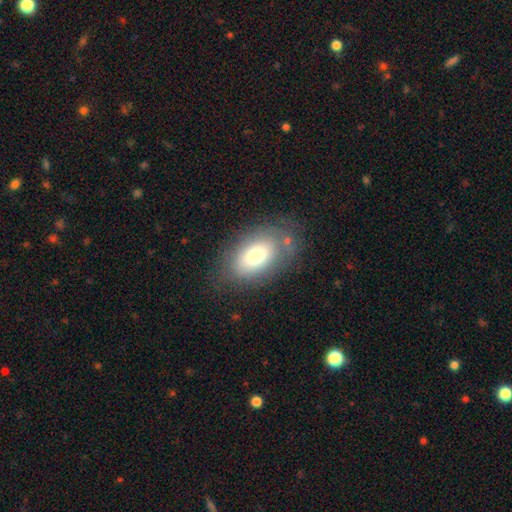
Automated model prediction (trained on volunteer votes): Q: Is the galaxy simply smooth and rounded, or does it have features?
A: smooth — 74%.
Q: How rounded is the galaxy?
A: in between — 90%.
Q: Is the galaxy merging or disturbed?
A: none — 72%.